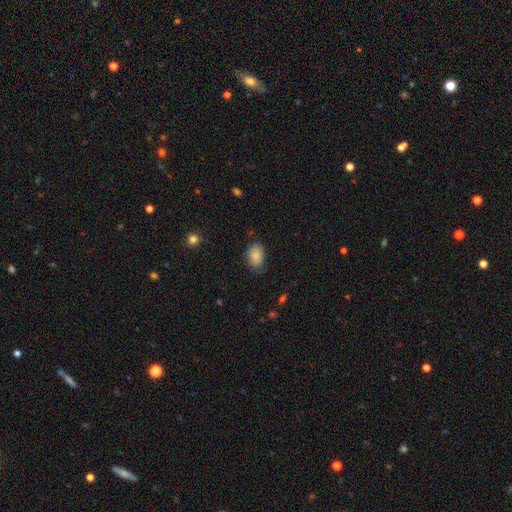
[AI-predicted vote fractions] Q: Smooth or featured?
A: smooth (85%); runner-up: star or artifact (8%)
Q: How rounded?
A: in between (81%); runner-up: round (18%)
Q: Merging?
A: none (73%); runner-up: minor disturbance (21%)